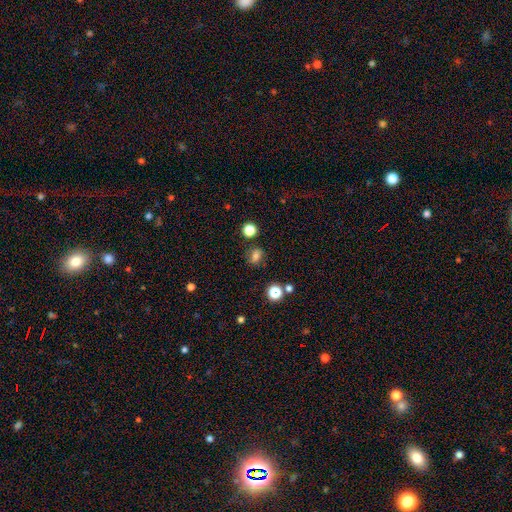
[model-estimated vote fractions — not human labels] Smooth or featured?
  - smooth: 68% *
  - star or artifact: 19%
  - featured or disk: 13%
How rounded?
  - round: 57% *
  - in between: 41%
  - cigar-shaped: 2%
Merging?
  - none: 78% *
  - minor disturbance: 13%
  - major disturbance: 5%
  - merger: 4%